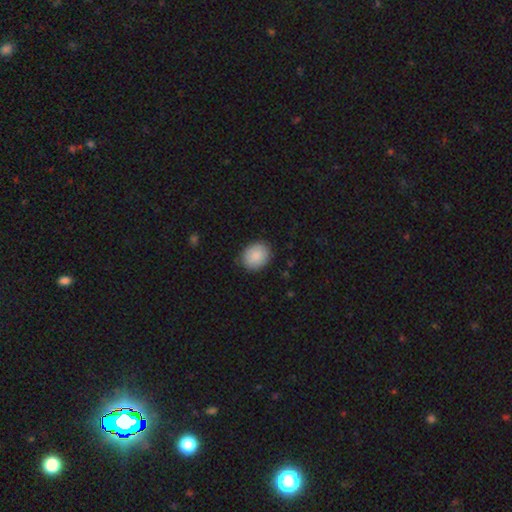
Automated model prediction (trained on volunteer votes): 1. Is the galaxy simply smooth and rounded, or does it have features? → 89% smooth, 7% star or artifact, 5% featured or disk.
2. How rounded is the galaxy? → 52% round, 48% in between, 1% cigar-shaped.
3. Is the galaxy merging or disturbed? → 86% none, 11% minor disturbance, 2% major disturbance, 1% merger.